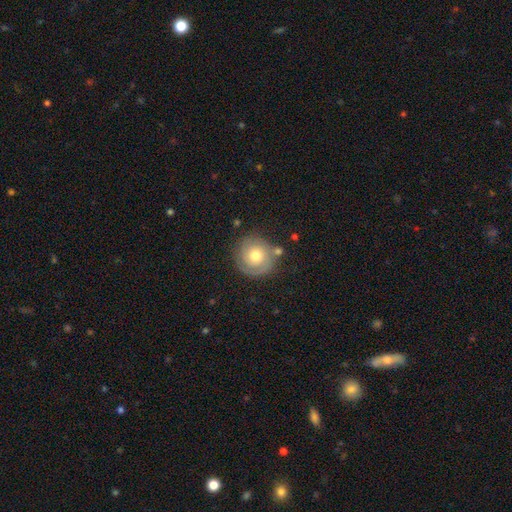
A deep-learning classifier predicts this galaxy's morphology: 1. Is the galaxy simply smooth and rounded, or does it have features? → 50% smooth, 41% featured or disk, 8% star or artifact.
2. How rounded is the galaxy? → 91% round, 8% in between, 1% cigar-shaped.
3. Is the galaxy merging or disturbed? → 74% none, 15% minor disturbance, 6% major disturbance, 5% merger.